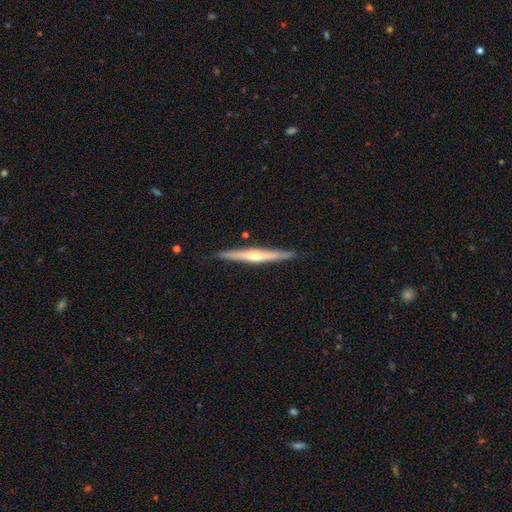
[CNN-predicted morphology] smooth-or-featured: featured or disk: 69% | smooth: 26% | star or artifact: 5%
  disk-edge-on: yes: 97% | no: 3%
    edge-on-bulge: rounded: 80% | none: 16% | boxy: 4%
  merging: none: 89% | minor disturbance: 8% | major disturbance: 1% | merger: 1%